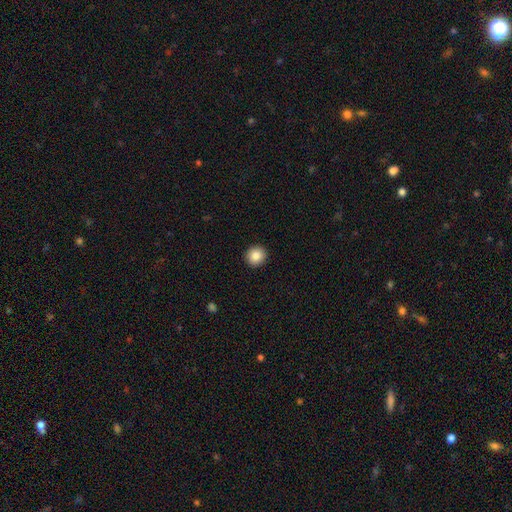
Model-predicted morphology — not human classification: This appears to be a smooth galaxy with no disk features (86%) that is round (88%). Merging: none (93%).